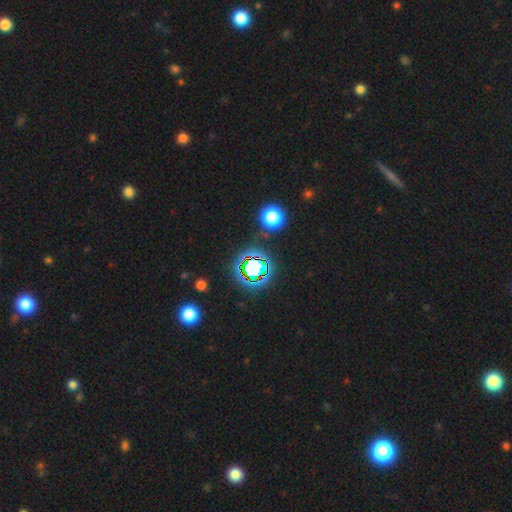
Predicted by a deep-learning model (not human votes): Overall: star or artifact (78%).